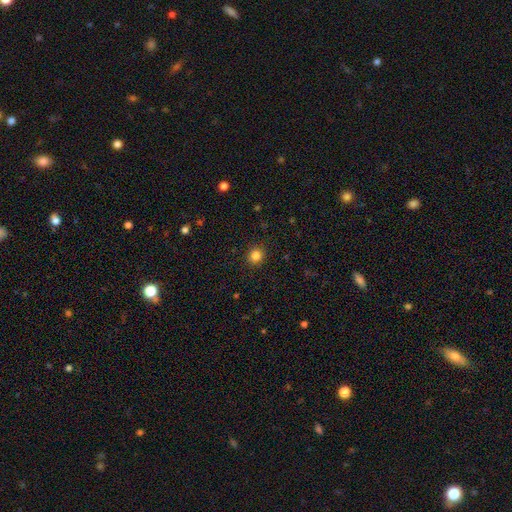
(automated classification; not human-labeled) Q: Smooth or featured?
A: smooth (83%); runner-up: star or artifact (12%)
Q: How rounded?
A: round (84%); runner-up: in between (15%)
Q: Merging?
A: none (90%); runner-up: minor disturbance (6%)